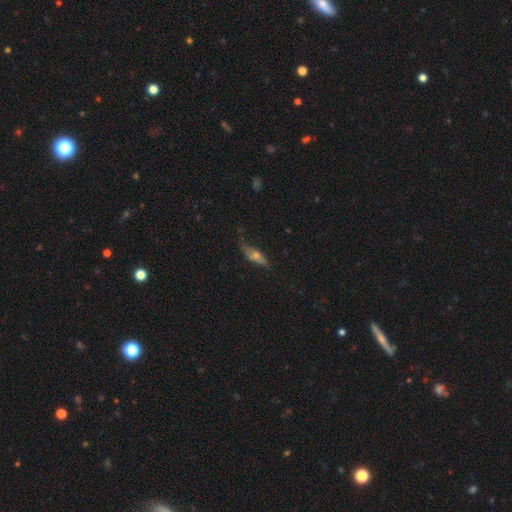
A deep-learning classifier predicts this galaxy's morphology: Smooth or featured: featured or disk — 46% (smooth — 45%)
Merging: none — 63% (minor disturbance — 27%)